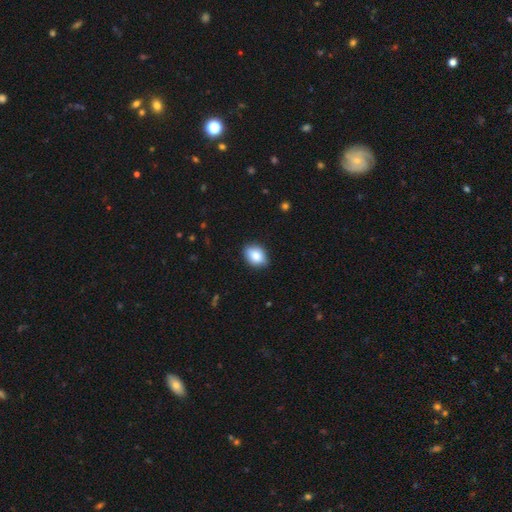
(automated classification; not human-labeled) Smooth or featured? smooth (83%)
How rounded? in between (76%)
Merging? none (85%)